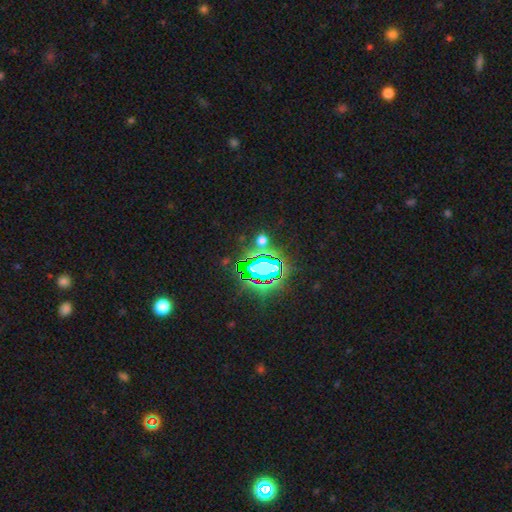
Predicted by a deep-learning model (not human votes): Smooth or featured? Predicted: star or artifact (p=0.76).